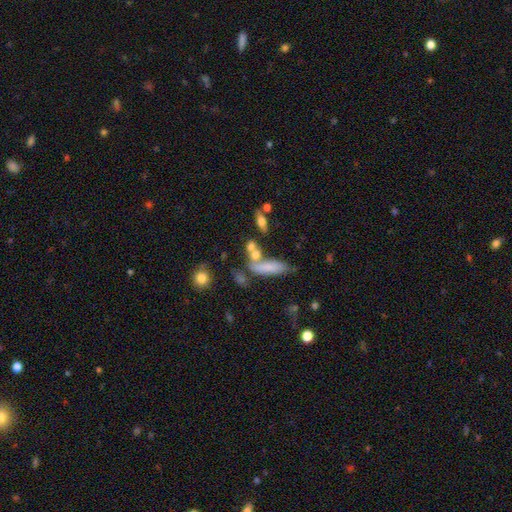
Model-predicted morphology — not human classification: Overall: smooth (63%; featured or disk 25%). How rounded: cigar-shaped (58%; in between 35%). Merging: none (46%; merger 29%).